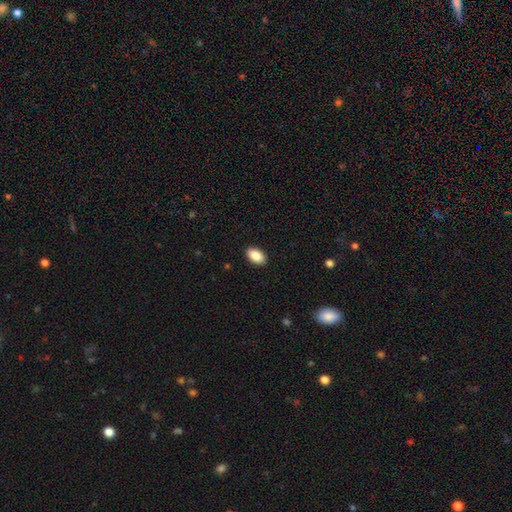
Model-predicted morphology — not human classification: smooth_or_featured: smooth (p=0.89) [alt: star or artifact p=0.07]
how_rounded: in between (p=0.93) [alt: round p=0.05]
merging: none (p=0.90) [alt: minor disturbance p=0.07]